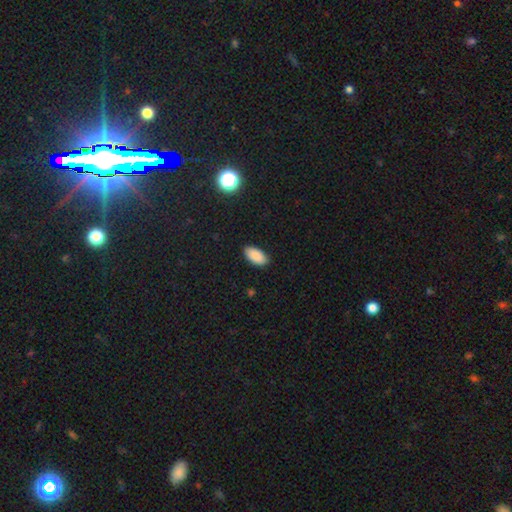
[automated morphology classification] Smooth or featured?
  - smooth: 87% *
  - star or artifact: 8%
  - featured or disk: 5%
How rounded?
  - in between: 95% *
  - cigar-shaped: 3%
  - round: 2%
Merging?
  - none: 88% *
  - minor disturbance: 9%
  - major disturbance: 2%
  - merger: 1%